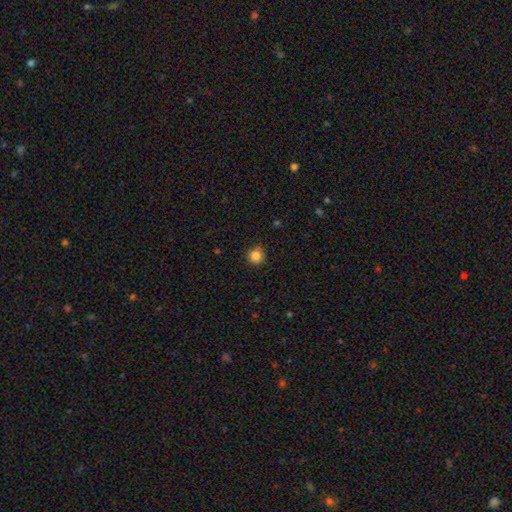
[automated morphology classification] A smooth galaxy with no disk features (85%) that is round (93%). Merging: none (85%).